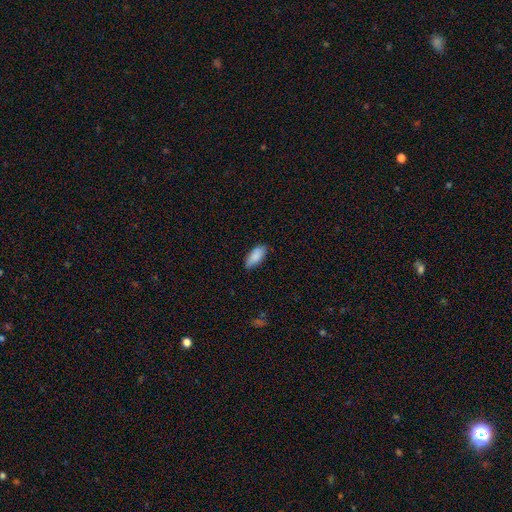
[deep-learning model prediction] Q: Smooth or featured?
A: smooth (88%); runner-up: star or artifact (6%)
Q: How rounded?
A: in between (87%); runner-up: cigar-shaped (11%)
Q: Merging?
A: none (79%); runner-up: minor disturbance (17%)